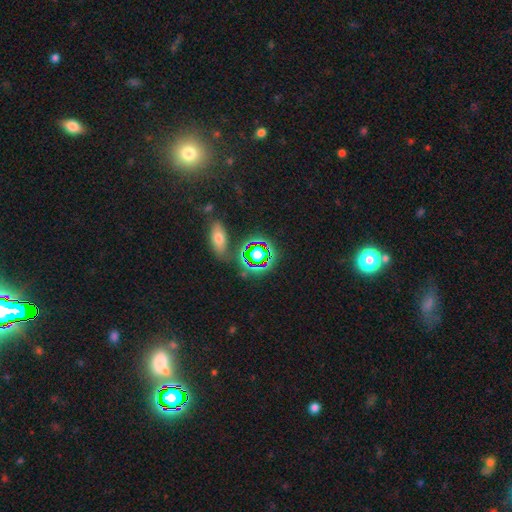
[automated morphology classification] This is likely a star or artifact rather than a galaxy (61%).